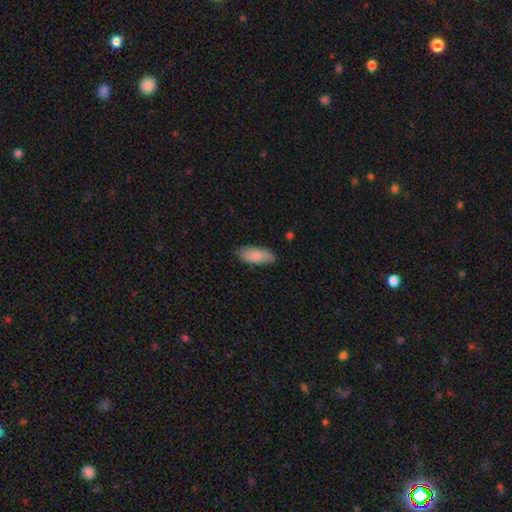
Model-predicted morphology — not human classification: Overall: smooth (85%). How rounded: in between (81%). Merging: none (81%).